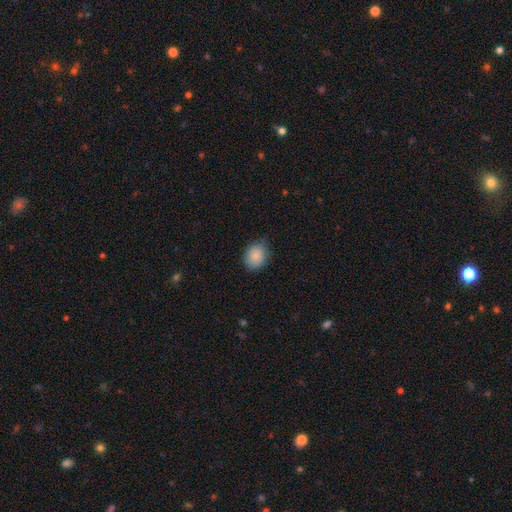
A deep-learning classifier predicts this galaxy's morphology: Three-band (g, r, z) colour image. It shows a smooth galaxy with no disk features (88%) that is round (62%). Merging: none (77%).